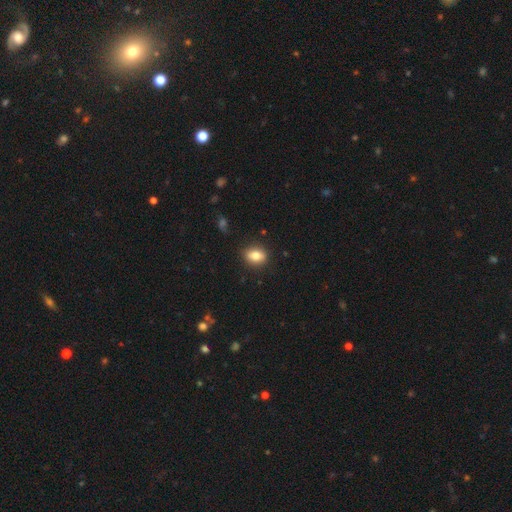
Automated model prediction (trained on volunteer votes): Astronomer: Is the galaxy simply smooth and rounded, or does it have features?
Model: smooth — 80%.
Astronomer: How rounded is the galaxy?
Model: in between — 66%.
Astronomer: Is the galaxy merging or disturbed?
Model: none — 86%.